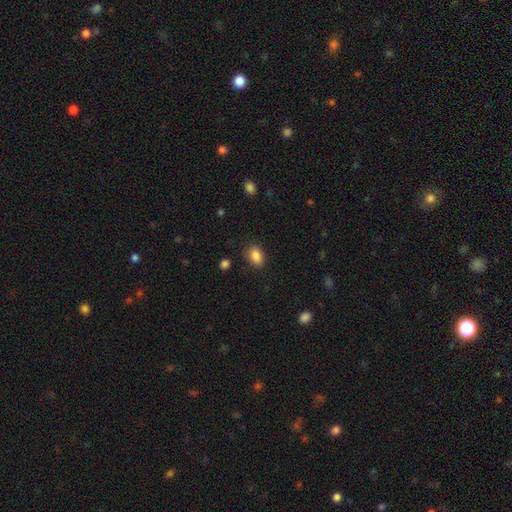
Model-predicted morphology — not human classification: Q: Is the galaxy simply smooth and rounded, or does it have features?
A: smooth — 86%.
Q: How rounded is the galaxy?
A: in between — 84%.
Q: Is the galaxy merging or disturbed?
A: none — 83%.